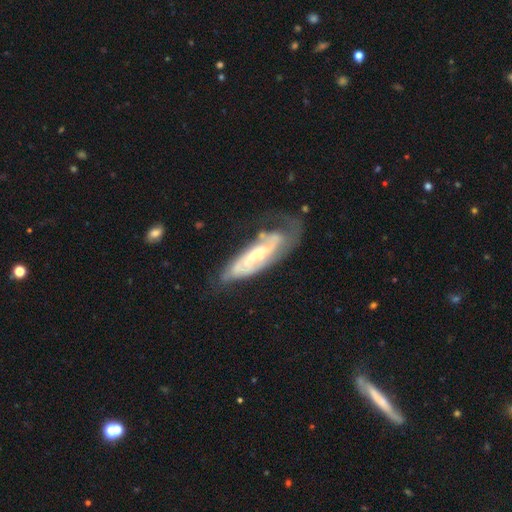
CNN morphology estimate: A featured or disk galaxy (76%) with no bar (44%), 2 (43%) tight (46%) spiral arms (89%) and a small central bulge (45%).

Vote fractions:
- Smooth or featured? featured or disk: 76% / smooth: 17% / star or artifact: 7%
- Edge-on disk? no: 85% / yes: 15%
- Bar? no: 44% / weak: 37% / strong: 19%
- Spiral arms? yes: 89% / no: 11%
- Spiral winding? tight: 46% / medium: 39% / loose: 15%
- Spiral arm count? 2: 43% / can't tell: 32% / 1: 11% / 3: 9% / 4: 3% / more than 4: 2%
- Bulge size? small: 45% / moderate: 32% / none: 15% / large: 7% / dominant: 2%
- Merging? none: 44% / minor disturbance: 26% / major disturbance: 26% / merger: 4%